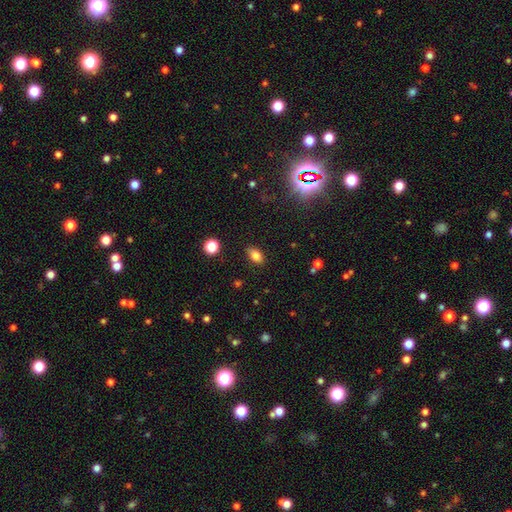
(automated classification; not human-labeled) This is likely a smooth galaxy (79%). How rounded: clearly in between (85%). Merging: clearly none (84%).